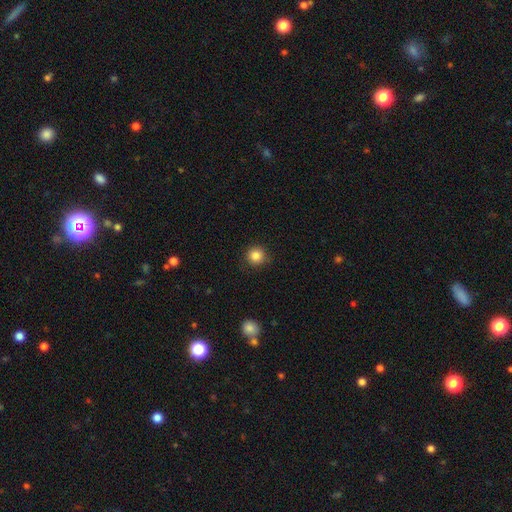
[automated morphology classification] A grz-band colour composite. It shows a smooth galaxy with no disk features (84%) that is round (94%). Merging: none (89%).